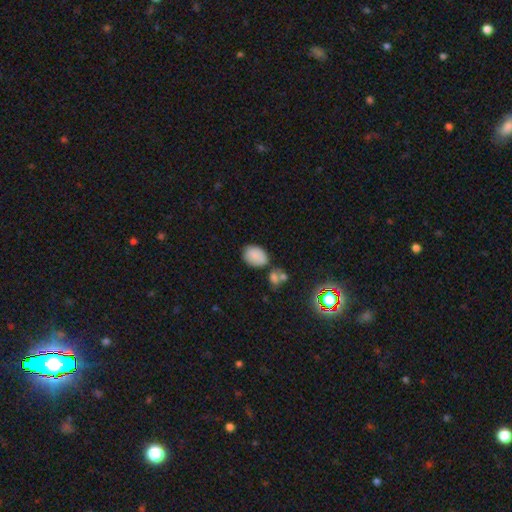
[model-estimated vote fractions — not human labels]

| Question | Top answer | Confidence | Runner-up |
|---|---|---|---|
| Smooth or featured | smooth | 83% | star or artifact (10%) |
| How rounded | in between | 78% | round (21%) |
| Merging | none | 64% | minor disturbance (19%) |